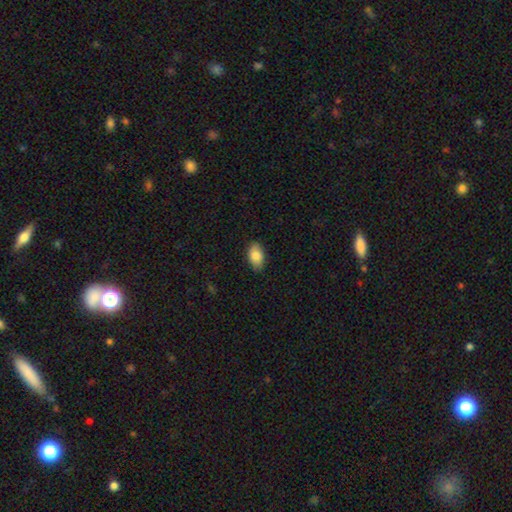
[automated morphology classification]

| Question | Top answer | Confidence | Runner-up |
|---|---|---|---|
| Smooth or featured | smooth | 84% | featured or disk (9%) |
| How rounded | in between | 92% | round (6%) |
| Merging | none | 85% | minor disturbance (12%) |